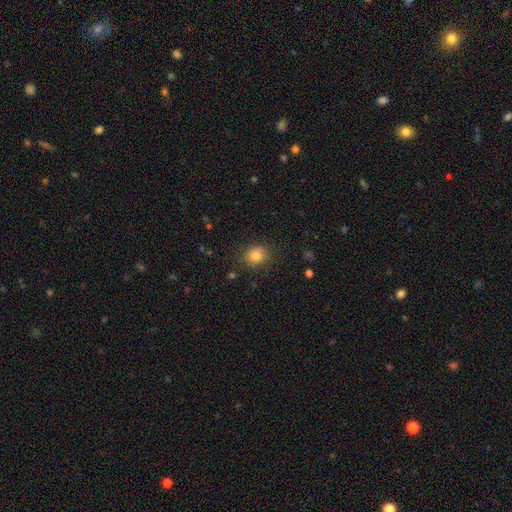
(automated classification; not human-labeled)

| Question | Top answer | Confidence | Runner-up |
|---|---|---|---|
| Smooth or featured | smooth | 82% | star or artifact (11%) |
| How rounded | round | 71% | in between (28%) |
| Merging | none | 82% | minor disturbance (13%) |